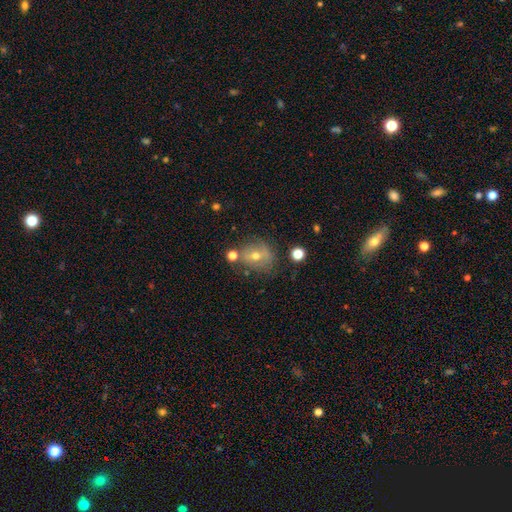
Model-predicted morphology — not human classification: smooth_or_featured: smooth (p=0.45) [alt: featured or disk p=0.40]
merging: none (p=0.58) [alt: minor disturbance p=0.21]